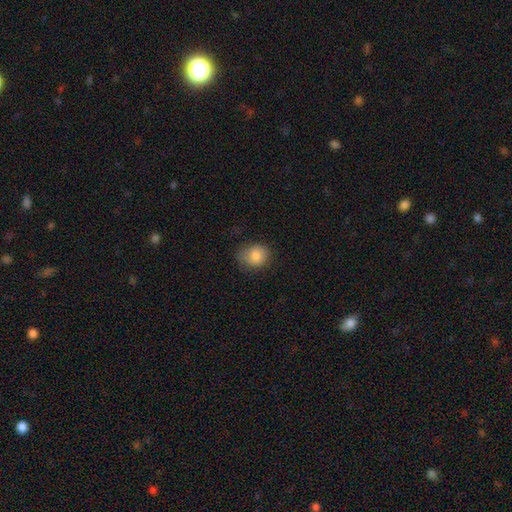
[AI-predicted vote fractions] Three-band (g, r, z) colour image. It shows a smooth galaxy with no disk features (83%) that is round (60%). Merging: none (66%).